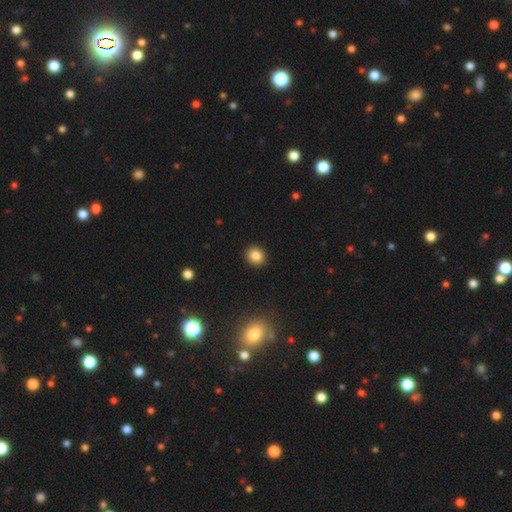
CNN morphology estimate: type=smooth (86%); roundness=round (79%); merging=none (92%).